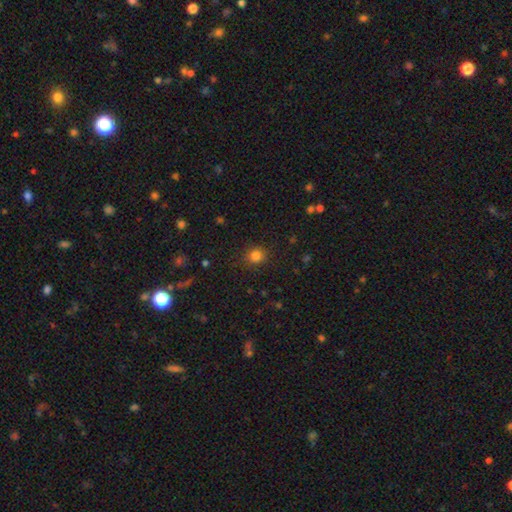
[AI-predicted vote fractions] A smooth galaxy with no disk features (83%) that is round (87%).

Vote fractions:
- Smooth or featured? smooth: 83% / star or artifact: 13% / featured or disk: 4%
- How rounded? round: 87% / in between: 12% / cigar-shaped: 1%
- Merging? none: 87% / minor disturbance: 9% / major disturbance: 3% / merger: 1%